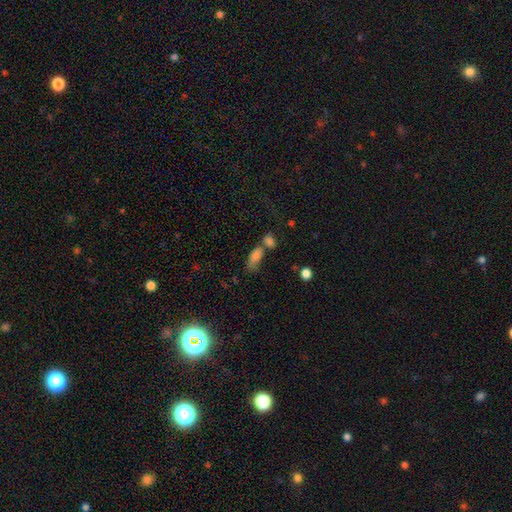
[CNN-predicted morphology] Smooth or featured: smooth — 78% (featured or disk — 11%)
How rounded: in between — 81% (cigar-shaped — 14%)
Merging: merger — 44% (none — 30%)